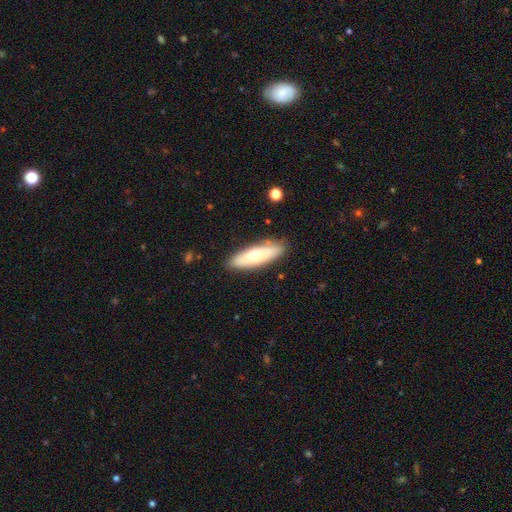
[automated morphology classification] This appears to be a smooth galaxy with no disk features (63%) that is in between round and cigar-shaped (50%). Merging: none (86%).